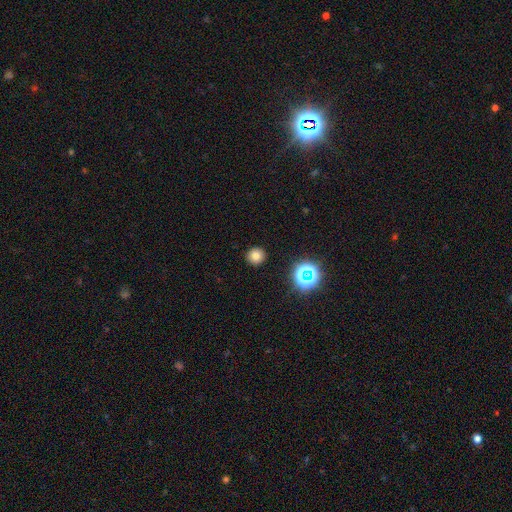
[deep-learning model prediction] Smooth or featured? smooth (76%)
How rounded? round (94%)
Merging? none (92%)